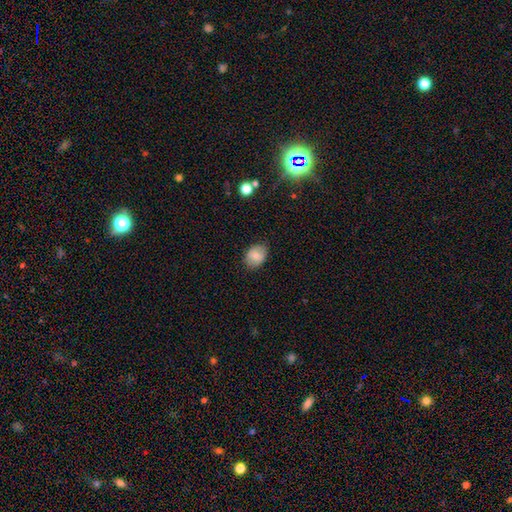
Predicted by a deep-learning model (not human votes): This appears to be a smooth galaxy with no disk features (80%) that is in between round and cigar-shaped (65%). Merging: none (83%).